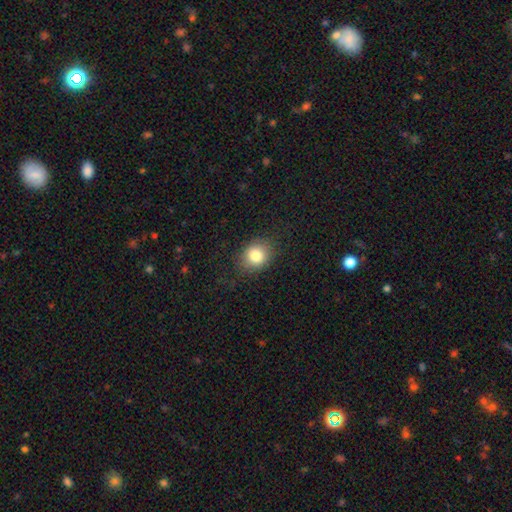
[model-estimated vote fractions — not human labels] The model was most divided on "how rounded": round: 59%, in between: 40%, cigar-shaped: 1%. More confident: merging — none (83%); smooth or featured — smooth (81%).